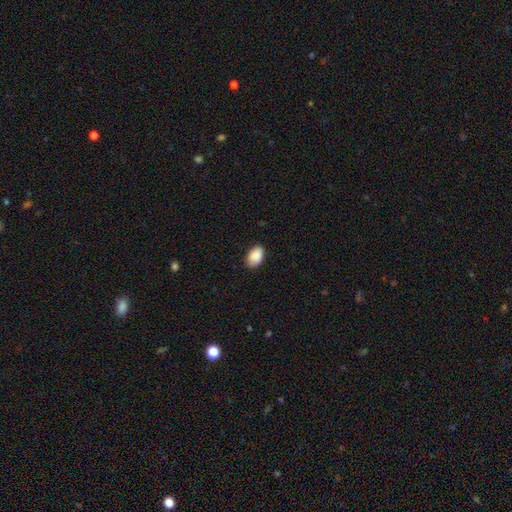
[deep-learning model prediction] smooth 90%, star or artifact 7%, featured or disk 4%. Down the decision tree: how rounded — in between (90%); merging — none (82%).